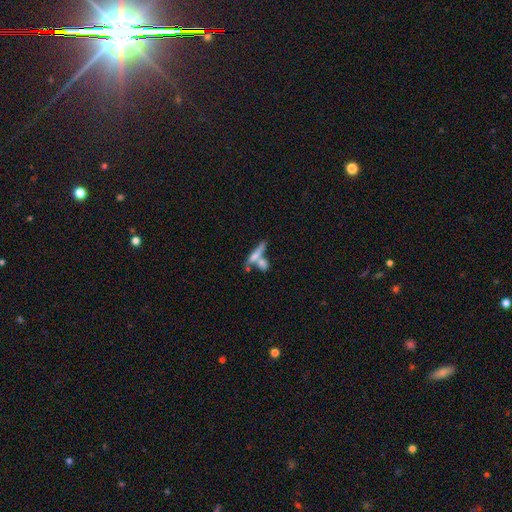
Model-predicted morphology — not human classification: A smooth galaxy with no disk features (51%) that is cigar-shaped (75%).

Vote fractions:
- Smooth or featured? smooth: 51% / featured or disk: 40% / star or artifact: 9%
- How rounded? cigar-shaped: 75% / in between: 20% / round: 5%
- Merging? none: 44% / merger: 40% / minor disturbance: 10% / major disturbance: 6%